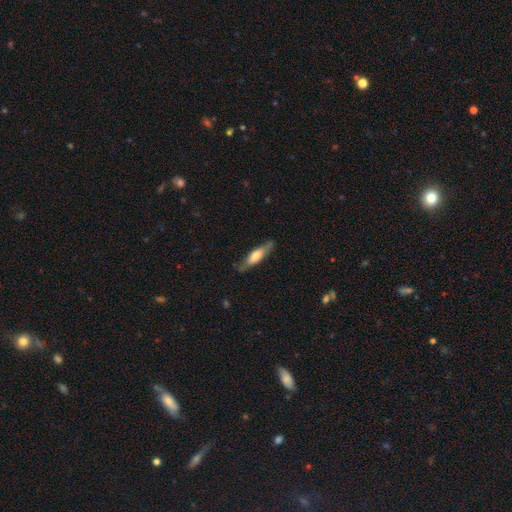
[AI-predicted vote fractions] Q: Smooth or featured?
A: smooth (53%); runner-up: featured or disk (41%)
Q: How rounded?
A: cigar-shaped (71%); runner-up: in between (28%)
Q: Merging?
A: none (76%); runner-up: minor disturbance (18%)